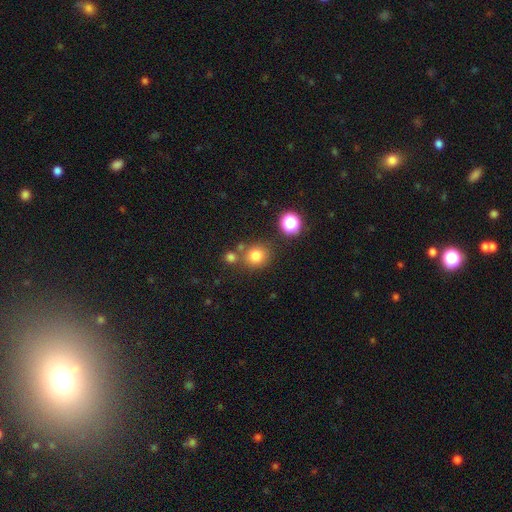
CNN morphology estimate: smooth-or-featured: smooth: 78% | star or artifact: 15% | featured or disk: 7%
  how-rounded: round: 82% | in between: 17% | cigar-shaped: 1%
  merging: none: 70% | merger: 15% | minor disturbance: 11% | major disturbance: 4%